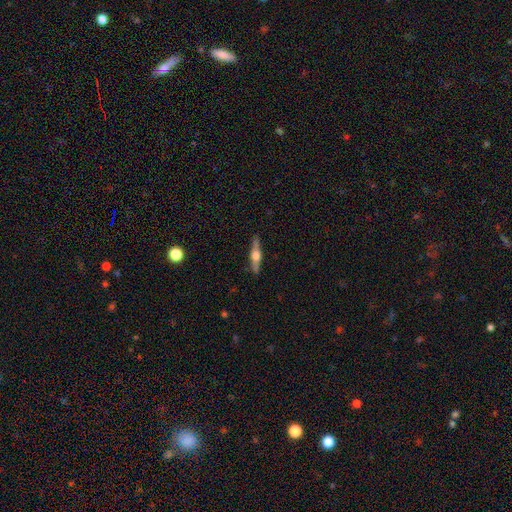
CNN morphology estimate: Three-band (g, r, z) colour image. It shows a featured or disk galaxy (66%) viewed edge-on (96%) with a rounded central bulge (92%). Merging: none (88%).